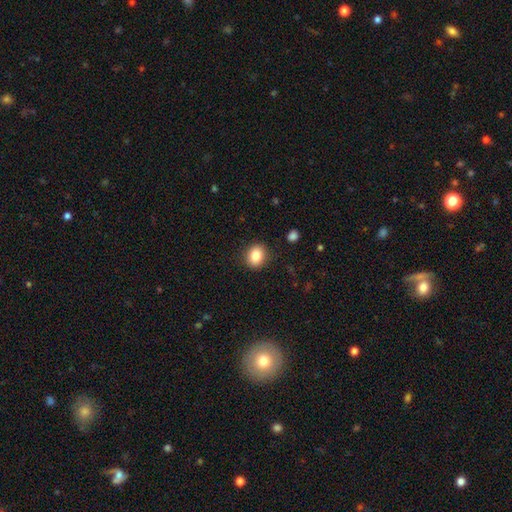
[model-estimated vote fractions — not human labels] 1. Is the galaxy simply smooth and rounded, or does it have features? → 84% smooth, 9% star or artifact, 6% featured or disk.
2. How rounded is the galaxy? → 64% round, 35% in between, 1% cigar-shaped.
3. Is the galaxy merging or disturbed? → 88% none, 8% minor disturbance, 2% major disturbance, 1% merger.